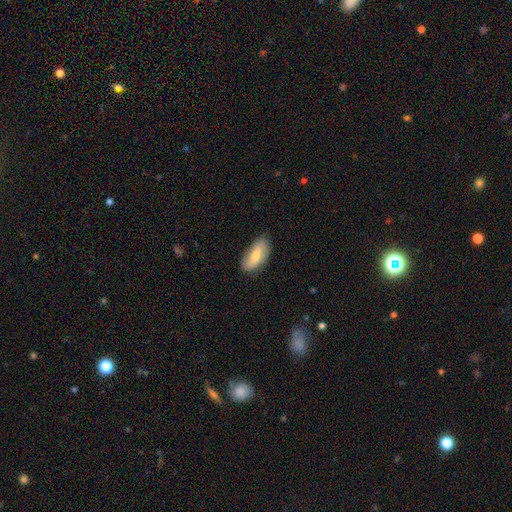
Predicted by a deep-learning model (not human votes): Morphology: type=smooth (65%); roundness=in between (86%); merging=none (79%).